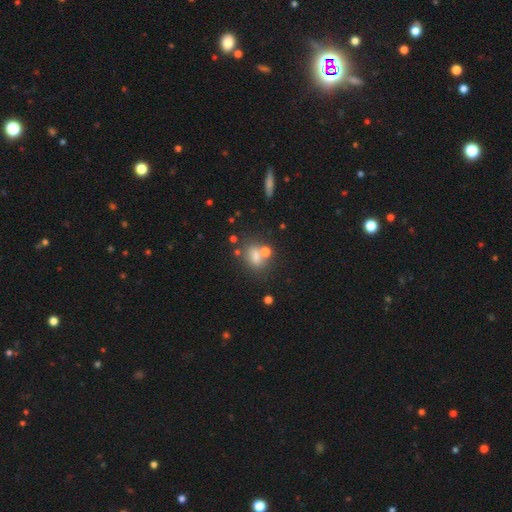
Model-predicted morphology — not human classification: Smooth or featured?
  - smooth: 65% *
  - star or artifact: 19%
  - featured or disk: 15%
How rounded?
  - in between: 58% *
  - round: 33%
  - cigar-shaped: 8%
Merging?
  - none: 57% *
  - merger: 22%
  - minor disturbance: 14%
  - major disturbance: 7%